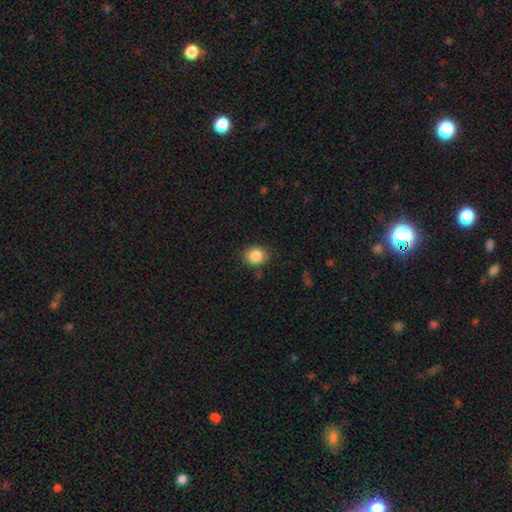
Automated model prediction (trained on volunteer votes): Morphology: type=smooth (86%); roundness=round (75%); merging=none (85%).